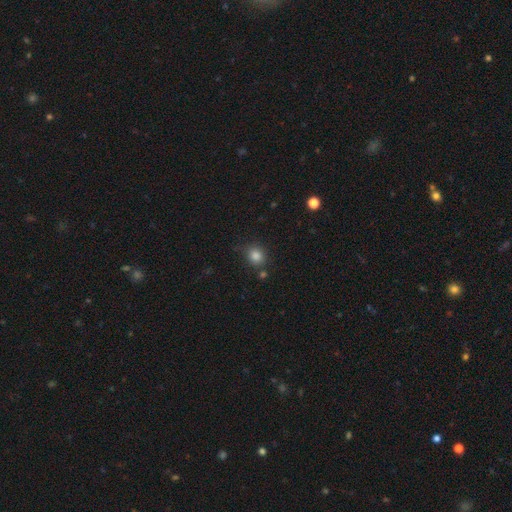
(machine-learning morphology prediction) Smooth or featured? Predicted: smooth (p=0.84). How rounded? Predicted: round (p=0.77). Merging? Predicted: none (p=0.77).